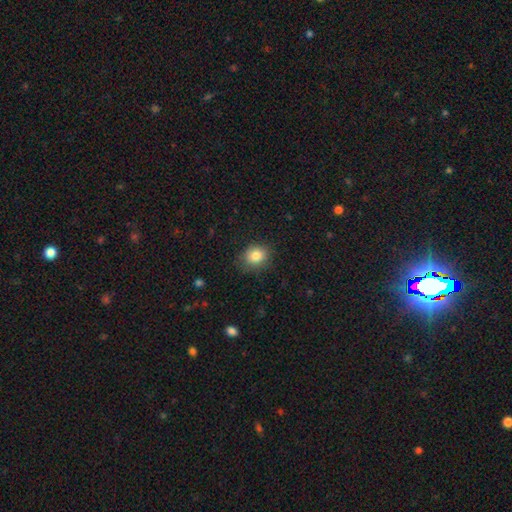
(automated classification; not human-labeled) This appears to be a smooth galaxy with no disk features (84%) that is round (62%). Merging: none (82%).